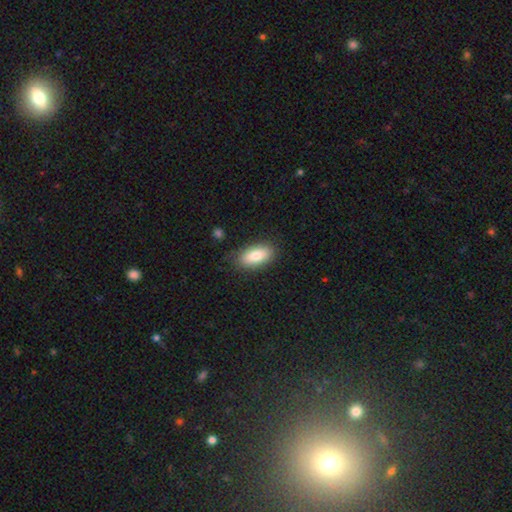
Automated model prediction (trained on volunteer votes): smooth_or_featured: smooth (p=0.81) [alt: featured or disk p=0.12]
how_rounded: in between (p=0.89) [alt: cigar-shaped p=0.08]
merging: none (p=0.83) [alt: minor disturbance p=0.13]